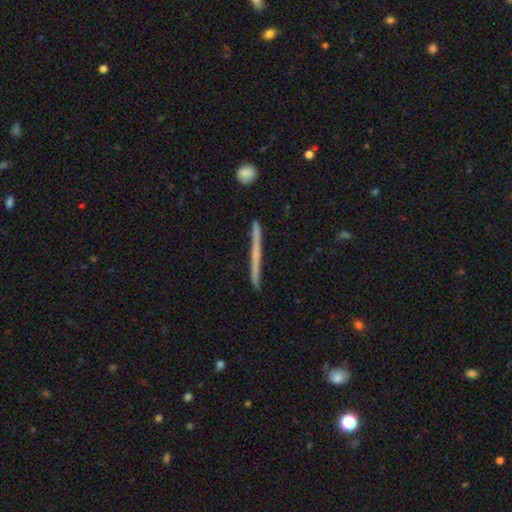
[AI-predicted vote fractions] Smooth or featured: featured or disk — 52% (smooth — 42%)
Edge-on disk: yes — 97% (no — 3%)
Edge-on bulge: none — 86% (rounded — 10%)
Merging: none — 90% (minor disturbance — 7%)